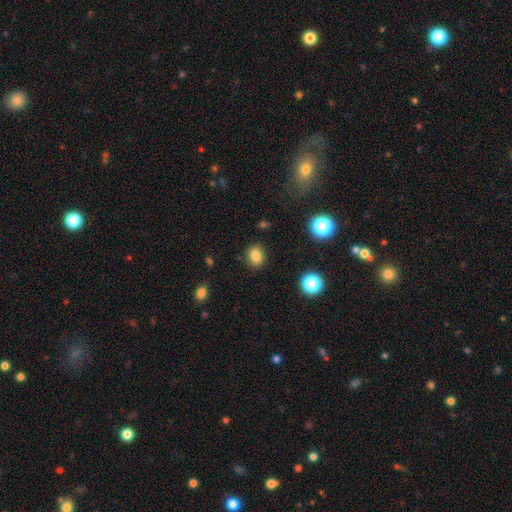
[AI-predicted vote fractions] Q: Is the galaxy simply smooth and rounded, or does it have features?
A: smooth — 83%.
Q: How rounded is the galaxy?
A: round — 57%.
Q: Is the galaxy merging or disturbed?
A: none — 87%.